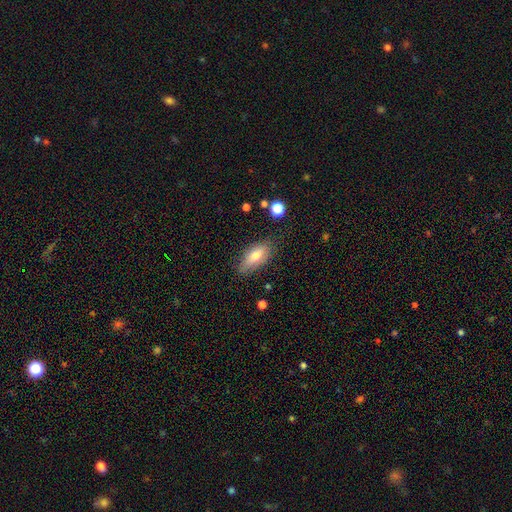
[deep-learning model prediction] This appears to be a smooth galaxy with no disk features (73%) that is in between round and cigar-shaped (81%). Merging: none (75%).